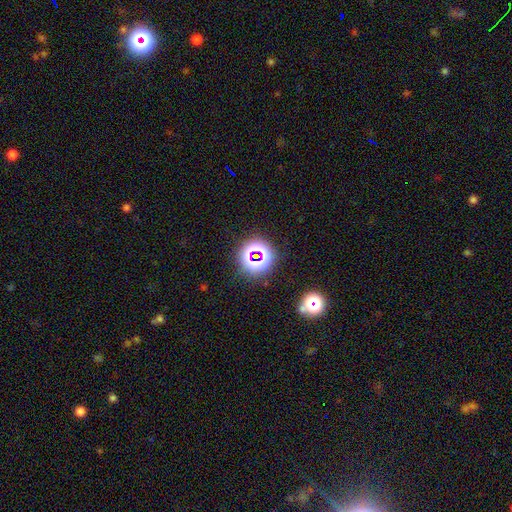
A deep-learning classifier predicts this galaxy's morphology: Smooth or featured? star or artifact (66%)